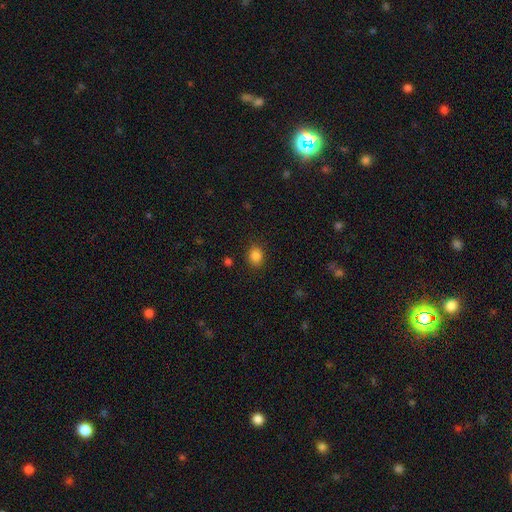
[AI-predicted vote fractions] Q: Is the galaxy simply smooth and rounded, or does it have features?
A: smooth — 85%.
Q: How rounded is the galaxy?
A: round — 58%.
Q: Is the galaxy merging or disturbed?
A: none — 87%.